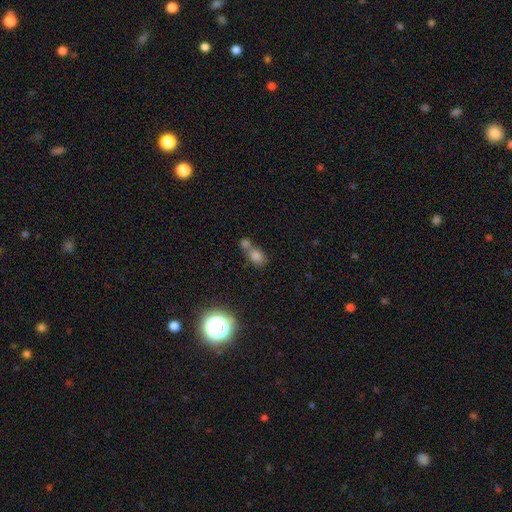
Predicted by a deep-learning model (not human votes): Smooth or featured? Predicted: smooth (p=0.75). How rounded? Predicted: in between (p=0.73). Merging? Predicted: merger (p=0.57).